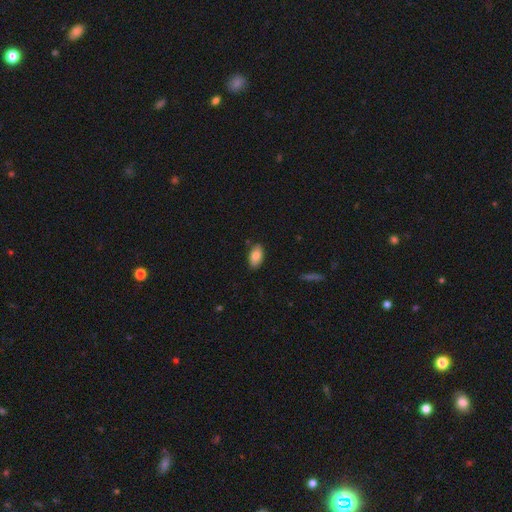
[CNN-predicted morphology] A smooth galaxy with no disk features (82%) that is in between round and cigar-shaped (94%). Merging: none (84%).